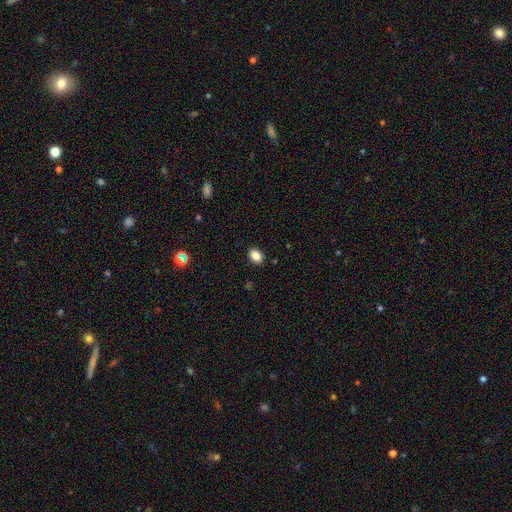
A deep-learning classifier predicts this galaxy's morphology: This is clearly a smooth galaxy (86%). How rounded: likely in between (75%). Merging: clearly none (89%).